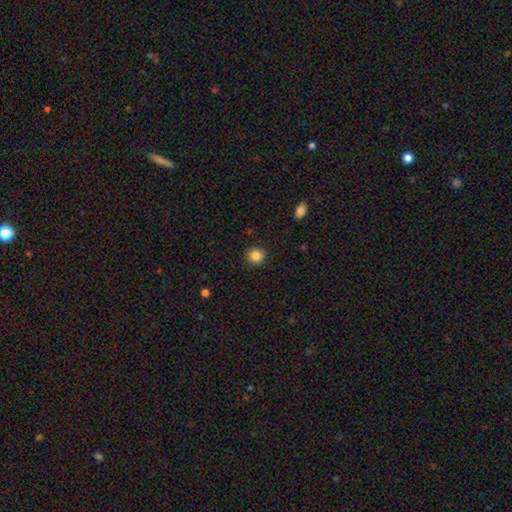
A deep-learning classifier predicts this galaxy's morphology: A smooth galaxy with no disk features (86%) that is round (91%). Merging: none (89%).